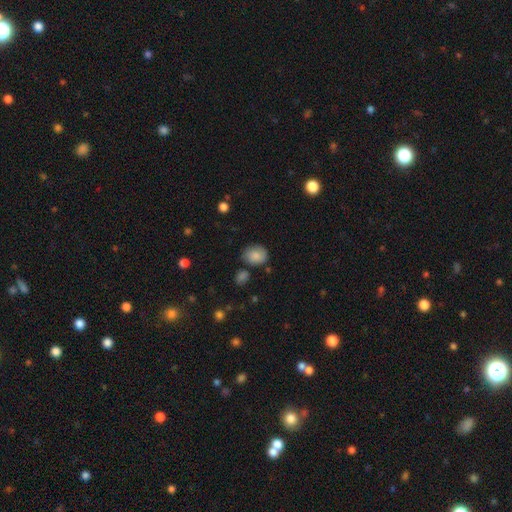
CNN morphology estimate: smooth-or-featured: smooth: 82% | featured or disk: 10% | star or artifact: 9%
  how-rounded: in between: 50% | round: 49% | cigar-shaped: 1%
  merging: none: 68% | minor disturbance: 22% | major disturbance: 5% | merger: 5%